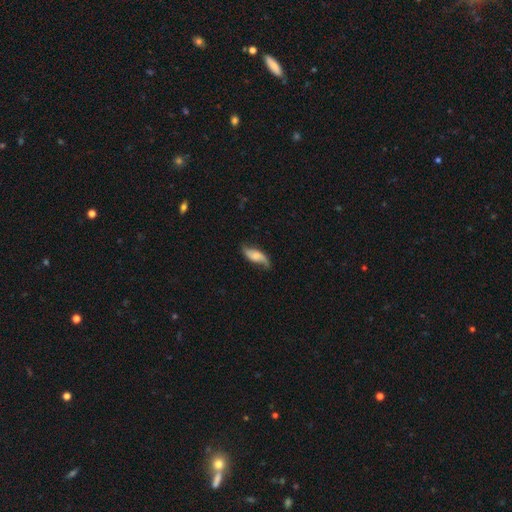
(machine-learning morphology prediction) Smooth or featured: featured or disk — 56% (smooth — 37%)
Edge-on disk: no — 88% (yes — 12%)
Merging: none — 69% (minor disturbance — 22%)